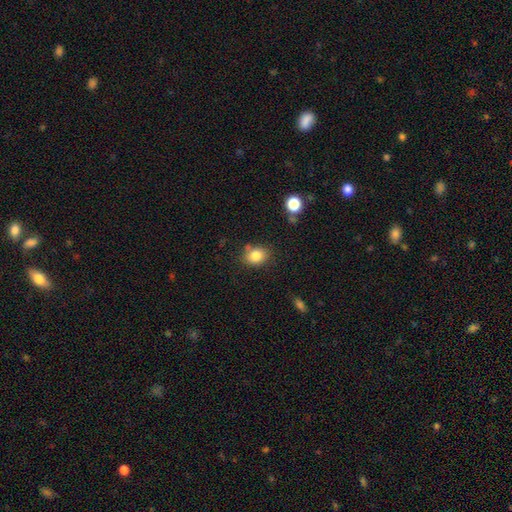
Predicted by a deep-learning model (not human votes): Q: Smooth or featured?
A: smooth (82%); runner-up: star or artifact (10%)
Q: How rounded?
A: in between (50%); runner-up: round (49%)
Q: Merging?
A: none (73%); runner-up: minor disturbance (16%)